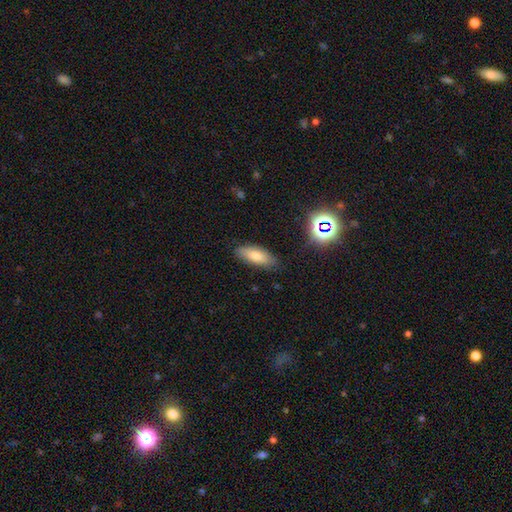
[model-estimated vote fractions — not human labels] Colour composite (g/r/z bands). It shows a smooth galaxy with no disk features (71%) that is in between round and cigar-shaped (73%). Merging: none (82%).